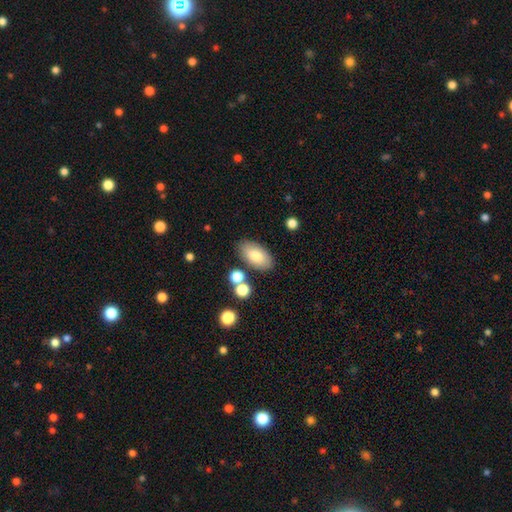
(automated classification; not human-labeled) smooth 79%, featured or disk 14%, star or artifact 7%. Down the decision tree: how rounded — in between (93%); merging — none (80%).